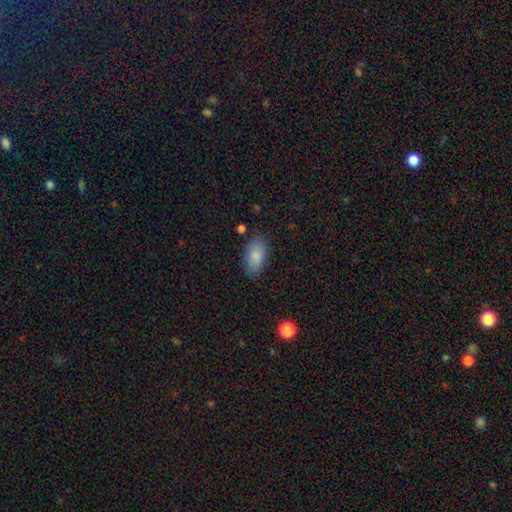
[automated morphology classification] A smooth galaxy with no disk features (85%) that is in between round and cigar-shaped (91%).

Vote fractions:
- Smooth or featured? smooth: 85% / featured or disk: 8% / star or artifact: 7%
- How rounded? in between: 91% / cigar-shaped: 5% / round: 3%
- Merging? none: 80% / minor disturbance: 14% / major disturbance: 4% / merger: 2%